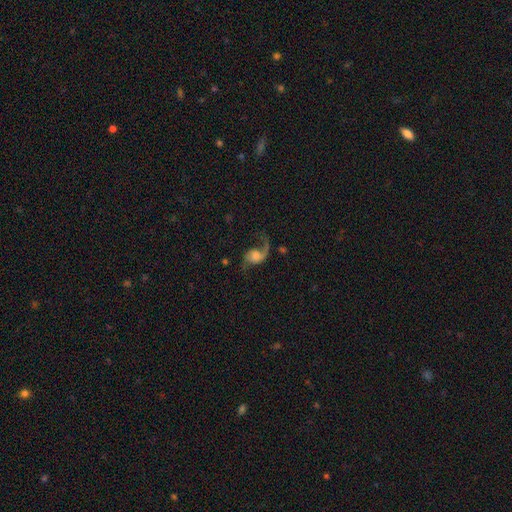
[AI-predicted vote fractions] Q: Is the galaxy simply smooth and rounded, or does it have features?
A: featured or disk — 80%.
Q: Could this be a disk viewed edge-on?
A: no — 97%.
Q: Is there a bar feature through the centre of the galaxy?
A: no — 65%.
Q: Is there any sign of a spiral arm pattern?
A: yes — 96%.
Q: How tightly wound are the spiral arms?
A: loose — 80%.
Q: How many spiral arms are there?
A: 2 — 75%.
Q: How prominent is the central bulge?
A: large — 27%, tied with moderate.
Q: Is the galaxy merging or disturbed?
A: none — 58%.